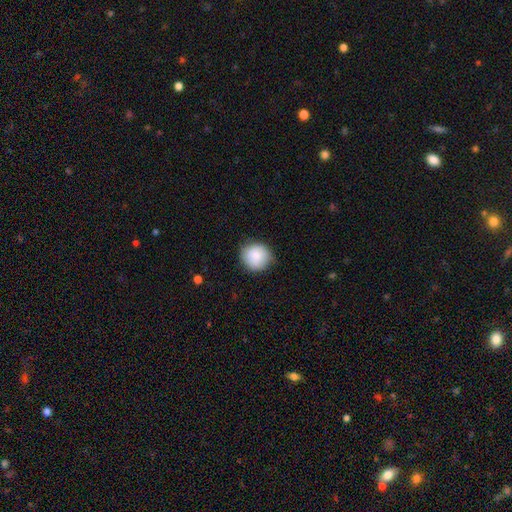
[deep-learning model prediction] This is clearly a smooth galaxy (84%). How rounded: clearly round (89%). Merging: clearly none (81%).